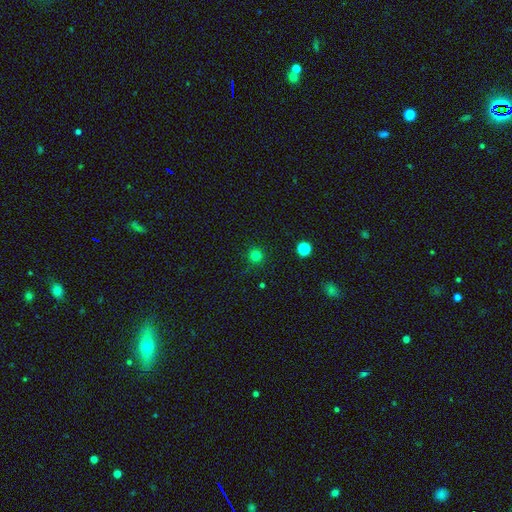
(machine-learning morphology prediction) Overall: smooth (79%). How rounded: round (96%). Merging: none (90%).